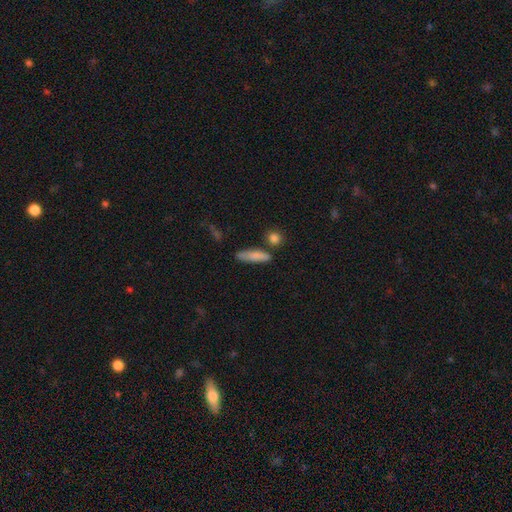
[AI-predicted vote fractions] This is clearly a smooth galaxy (81%). How rounded: likely cigar-shaped (66%). Merging: likely none (74%).